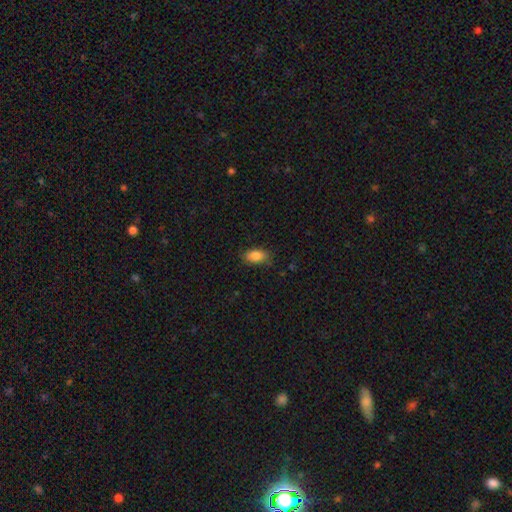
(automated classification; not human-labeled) This appears to be a smooth galaxy with no disk features (87%) that is in between round and cigar-shaped (91%). Merging: none (81%).